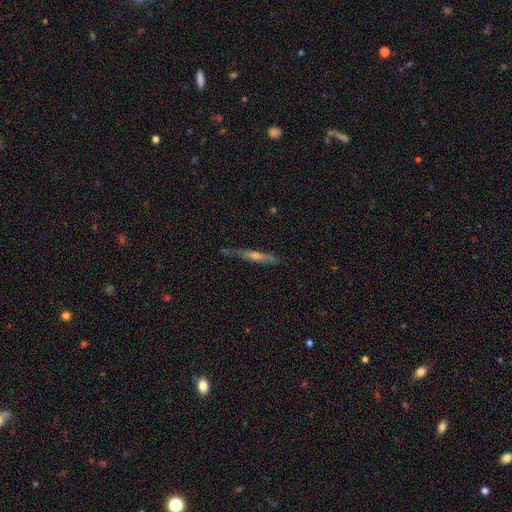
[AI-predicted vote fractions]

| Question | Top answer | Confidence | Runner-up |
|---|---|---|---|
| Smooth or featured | featured or disk | 58% | smooth (33%) |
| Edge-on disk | yes | 91% | no (9%) |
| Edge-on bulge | rounded | 63% | none (29%) |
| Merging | none | 75% | minor disturbance (18%) |